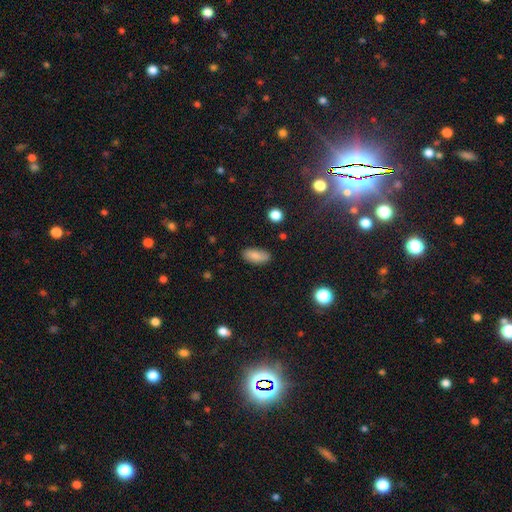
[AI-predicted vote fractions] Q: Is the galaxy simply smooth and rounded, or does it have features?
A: smooth — 83%.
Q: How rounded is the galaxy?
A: in between — 88%.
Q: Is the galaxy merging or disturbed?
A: none — 84%.